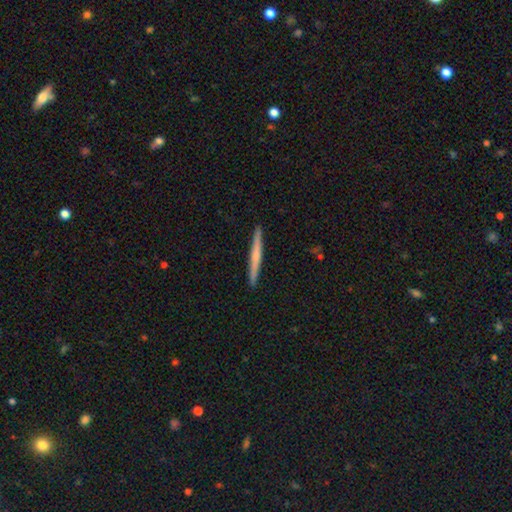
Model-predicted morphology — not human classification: smooth-or-featured: featured or disk: 51% | smooth: 44% | star or artifact: 5%
  disk-edge-on: yes: 98% | no: 2%
  merging: none: 93% | minor disturbance: 5% | major disturbance: 1% | merger: 1%